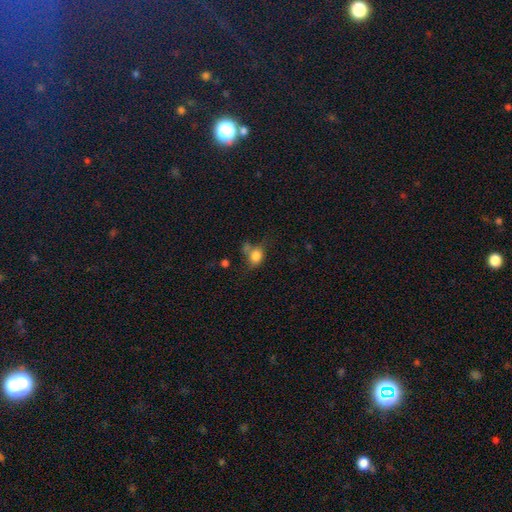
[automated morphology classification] This is likely a smooth galaxy (79%). How rounded: possibly in between (53%). Merging: marginally none (44%).